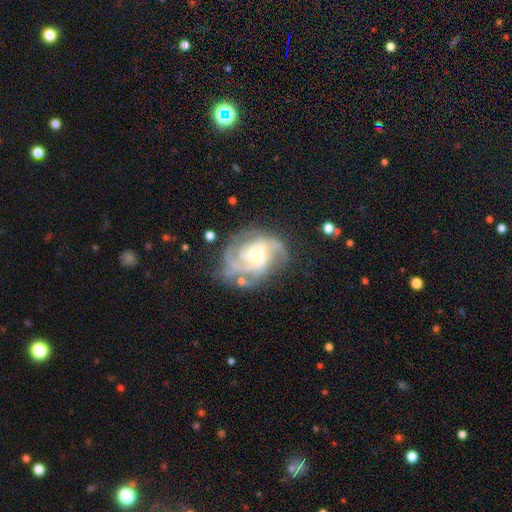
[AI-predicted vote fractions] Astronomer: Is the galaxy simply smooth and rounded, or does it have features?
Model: featured or disk — 86%.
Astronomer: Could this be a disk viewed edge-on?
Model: no — 98%.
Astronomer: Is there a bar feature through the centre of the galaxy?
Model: no — 47% (runner-up: weak, 41%).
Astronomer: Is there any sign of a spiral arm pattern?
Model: yes — 96%.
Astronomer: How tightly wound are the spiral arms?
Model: tight — 44%, tied with medium at 44%.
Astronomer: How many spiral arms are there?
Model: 3 — 33% (runner-up: 2, 28%).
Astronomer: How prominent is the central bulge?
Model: moderate — 49% (runner-up: small, 29%).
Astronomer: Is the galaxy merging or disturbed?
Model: none — 61%.